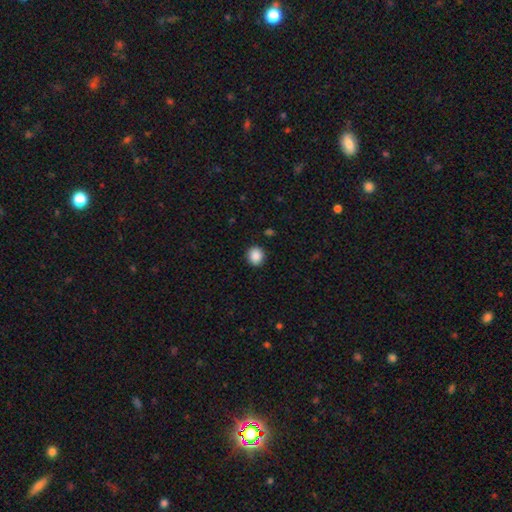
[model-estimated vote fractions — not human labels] Smooth or featured?
  - smooth: 88% *
  - star or artifact: 9%
  - featured or disk: 3%
How rounded?
  - round: 83% *
  - in between: 16%
  - cigar-shaped: 1%
Merging?
  - none: 91% *
  - minor disturbance: 6%
  - major disturbance: 2%
  - merger: 1%